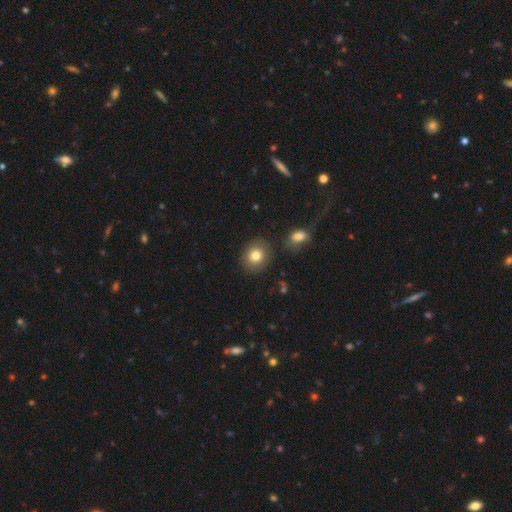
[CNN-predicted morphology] This appears to be a smooth galaxy with no disk features (80%) that is round (75%). Merging: none (84%).